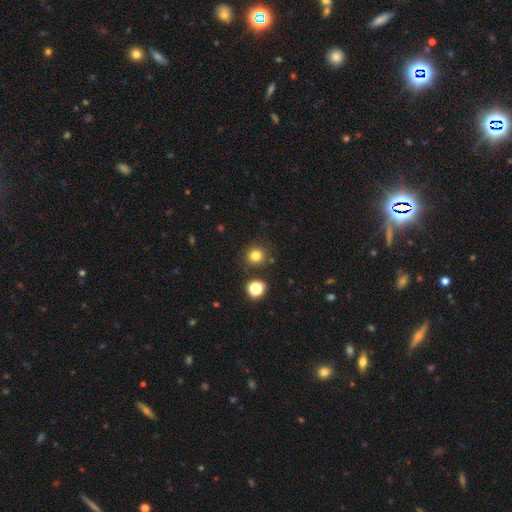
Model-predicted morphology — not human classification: This appears to be a smooth galaxy with no disk features (80%) that is round (89%). Merging: none (85%).